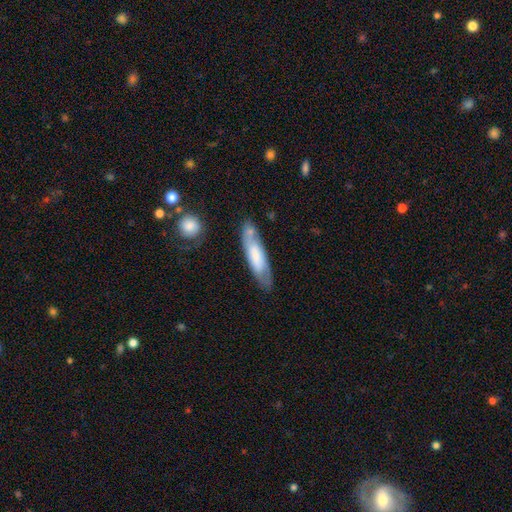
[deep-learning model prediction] A smooth galaxy with no disk features (55%) that is cigar-shaped (65%). Merging: none (71%).